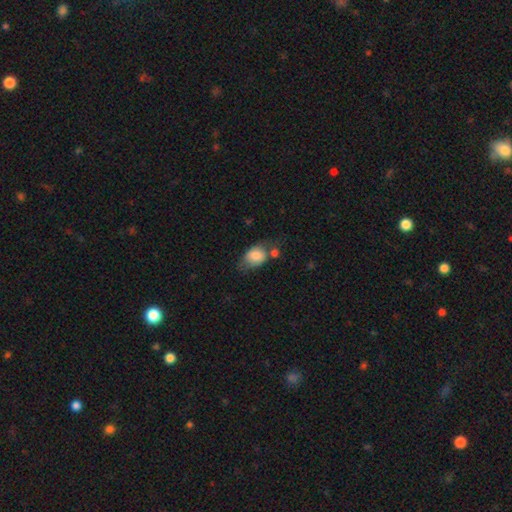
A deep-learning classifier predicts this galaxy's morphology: Smooth or featured? Predicted: smooth (p=0.79). How rounded? Predicted: in between (p=0.72). Merging? Predicted: none (p=0.40).